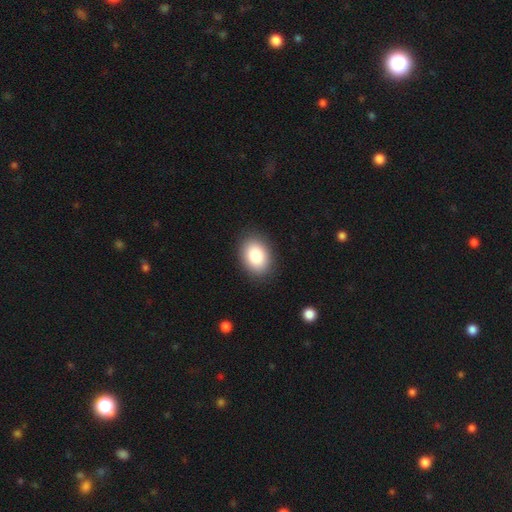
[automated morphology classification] type=smooth (85%); roundness=in between (77%); merging=none (88%).